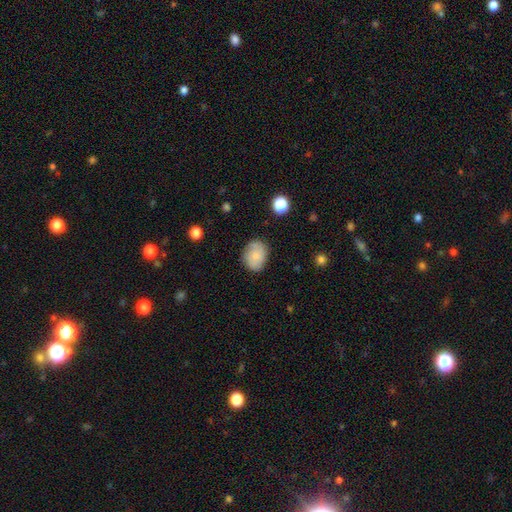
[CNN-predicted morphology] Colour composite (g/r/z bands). It shows a smooth galaxy with no disk features (71%) that is in between round and cigar-shaped (55%). Merging: none (75%).